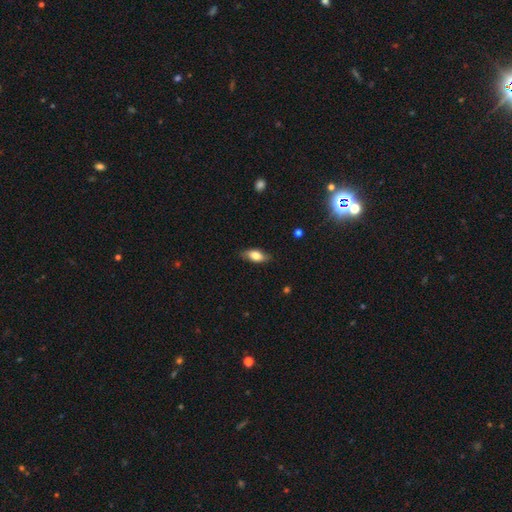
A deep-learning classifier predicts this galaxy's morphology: Smooth or featured: smooth — 75% (featured or disk — 18%)
How rounded: in between — 84% (cigar-shaped — 12%)
Merging: none — 82% (minor disturbance — 14%)